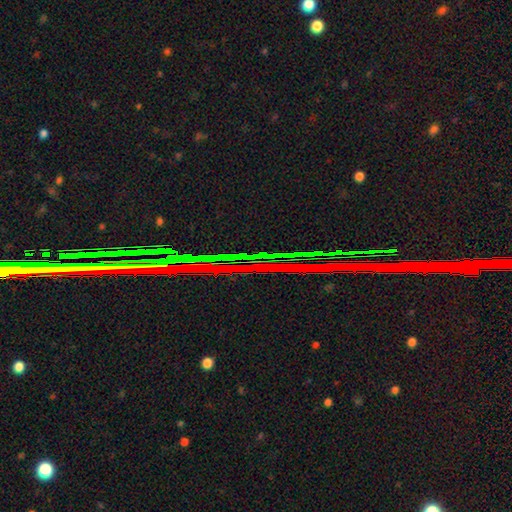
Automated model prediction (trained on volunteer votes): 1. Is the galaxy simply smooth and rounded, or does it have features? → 85% star or artifact, 8% featured or disk, 7% smooth.